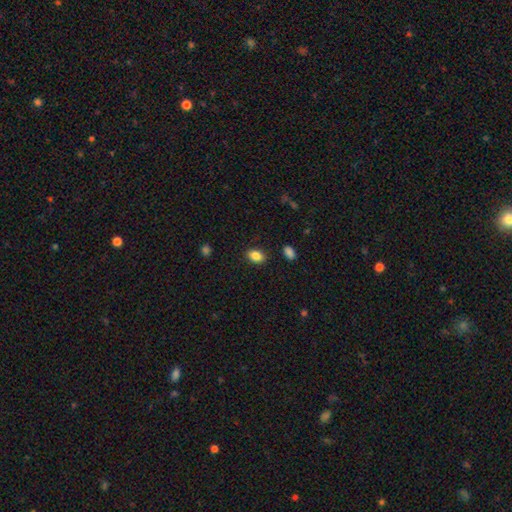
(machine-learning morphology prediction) Smooth or featured: smooth — 86% (star or artifact — 9%)
How rounded: in between — 81% (round — 18%)
Merging: none — 87% (minor disturbance — 9%)